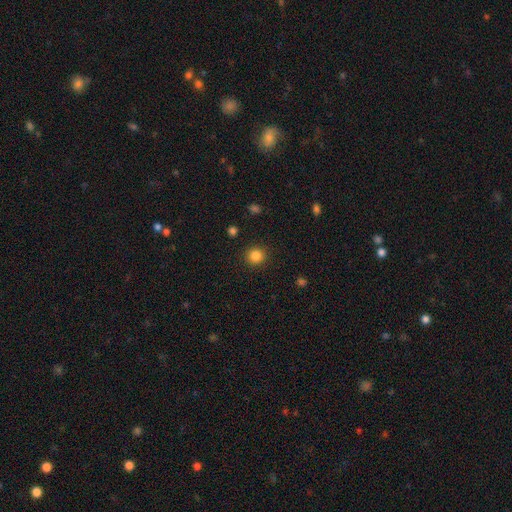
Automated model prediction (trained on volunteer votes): Smooth or featured?
  - smooth: 85% *
  - star or artifact: 11%
  - featured or disk: 4%
How rounded?
  - round: 90% *
  - in between: 9%
  - cigar-shaped: 1%
Merging?
  - none: 90% *
  - minor disturbance: 6%
  - major disturbance: 2%
  - merger: 1%